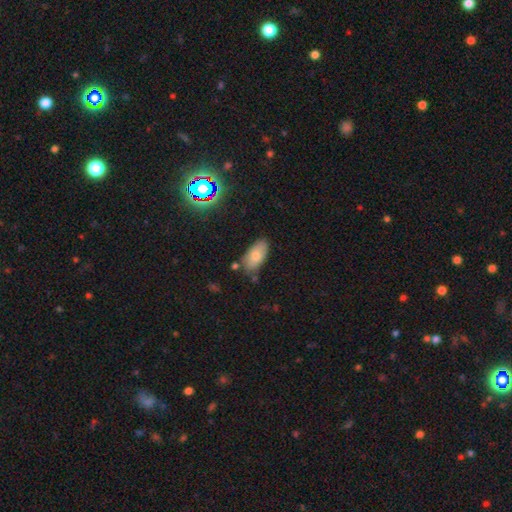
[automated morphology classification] Smooth or featured?
  - smooth: 77% *
  - featured or disk: 14%
  - star or artifact: 9%
How rounded?
  - in between: 92% *
  - cigar-shaped: 5%
  - round: 3%
Merging?
  - none: 72% *
  - minor disturbance: 19%
  - merger: 5%
  - major disturbance: 4%